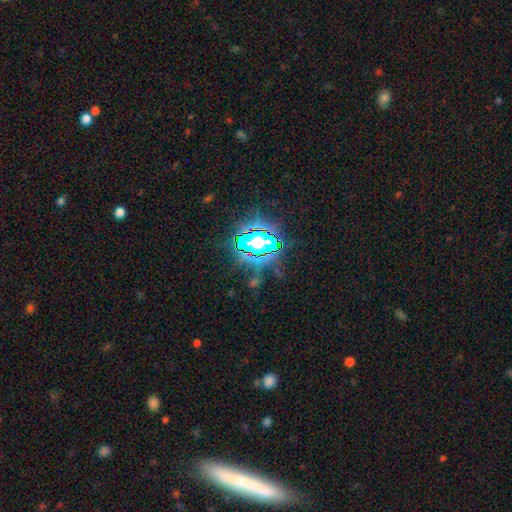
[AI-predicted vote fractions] Q: Smooth or featured?
A: star or artifact (81%); runner-up: smooth (11%)